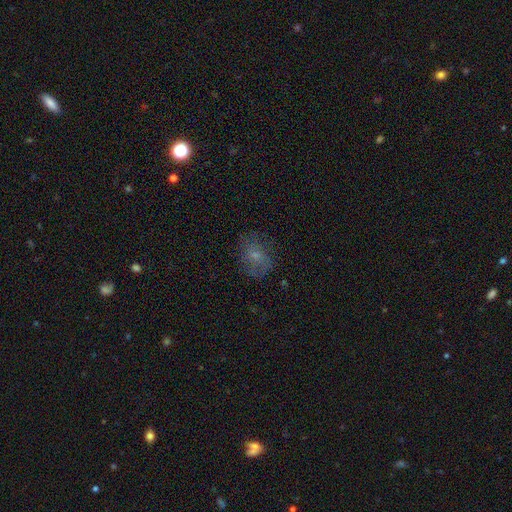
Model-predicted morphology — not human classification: Smooth or featured?
  - smooth: 55% *
  - featured or disk: 32%
  - star or artifact: 13%
How rounded?
  - in between: 53% *
  - round: 45%
  - cigar-shaped: 1%
Merging?
  - none: 65% *
  - minor disturbance: 21%
  - major disturbance: 13%
  - merger: 1%